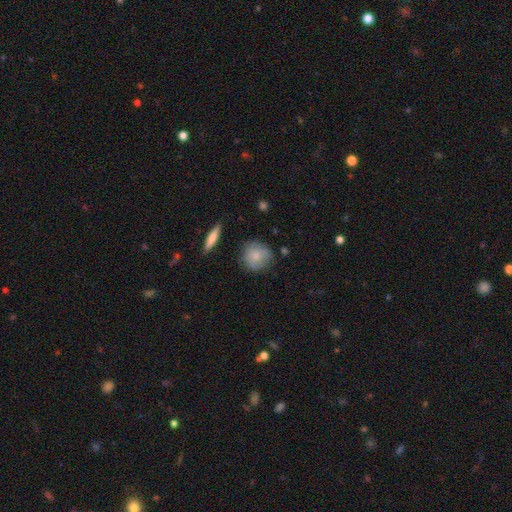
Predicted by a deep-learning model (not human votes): This is likely a smooth galaxy (80%). How rounded: clearly round (89%). Merging: likely none (76%).